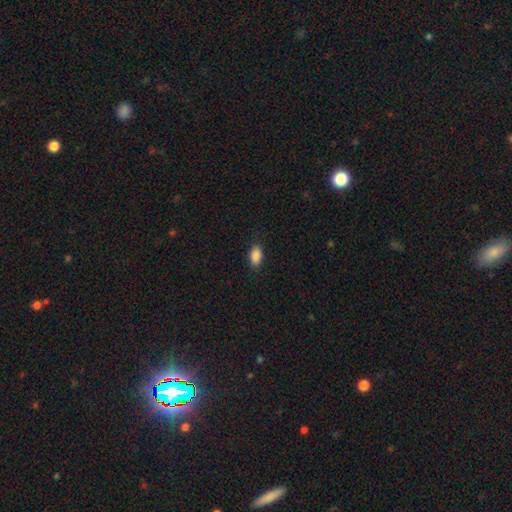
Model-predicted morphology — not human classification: A smooth galaxy with no disk features (89%) that is in between round and cigar-shaped (91%). Merging: none (87%).